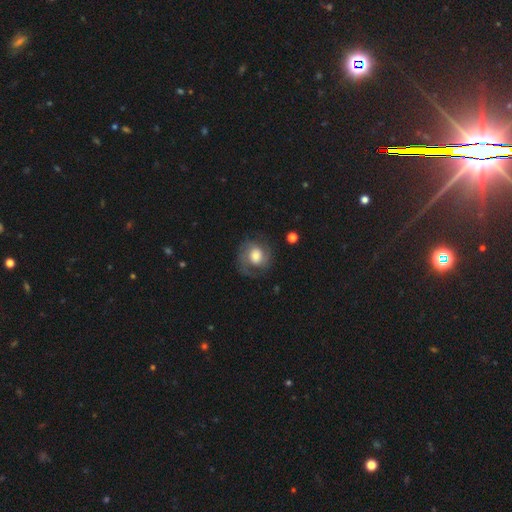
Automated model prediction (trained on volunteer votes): A featured or disk galaxy (68%) with no bar (64%), 2 (66%) medium (45%) spiral arms (92%) and a moderate central bulge (46%).

Vote fractions:
- Smooth or featured? featured or disk: 68% / smooth: 25% / star or artifact: 7%
- Edge-on disk? no: 98% / yes: 2%
- Bar? no: 64% / weak: 30% / strong: 6%
- Spiral arms? yes: 92% / no: 8%
- Spiral winding? medium: 45% / tight: 40% / loose: 16%
- Spiral arm count? 2: 66% / can't tell: 13% / 3: 9% / 1: 6% / 4: 3% / more than 4: 2%
- Bulge size? moderate: 46% / large: 36% / small: 11% / dominant: 4% / none: 3%
- Merging? none: 71% / minor disturbance: 16% / major disturbance: 11% / merger: 1%